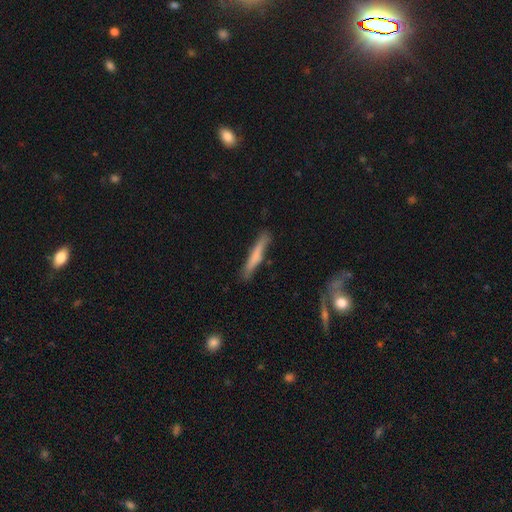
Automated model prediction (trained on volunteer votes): Smooth or featured: smooth — 65% (featured or disk — 29%)
How rounded: cigar-shaped — 95% (in between — 4%)
Merging: none — 82% (minor disturbance — 13%)